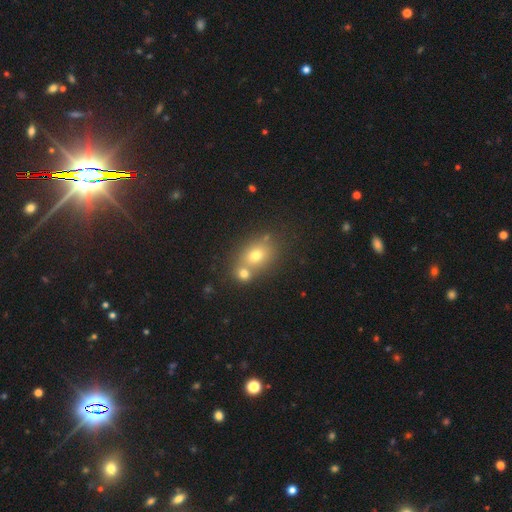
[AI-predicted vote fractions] The model was most divided on "how rounded": in between: 50%, round: 49%, cigar-shaped: 1%. Remaining: smooth or featured — smooth (70%); merging — none (50%).